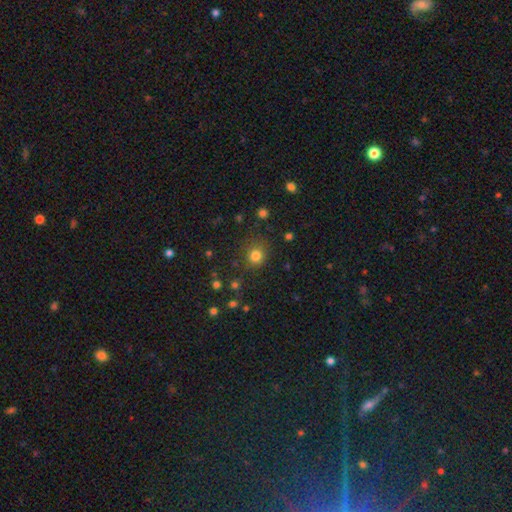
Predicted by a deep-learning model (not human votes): Smooth or featured? Predicted: smooth (p=0.80). How rounded? Predicted: round (p=0.87). Merging? Predicted: none (p=0.82).